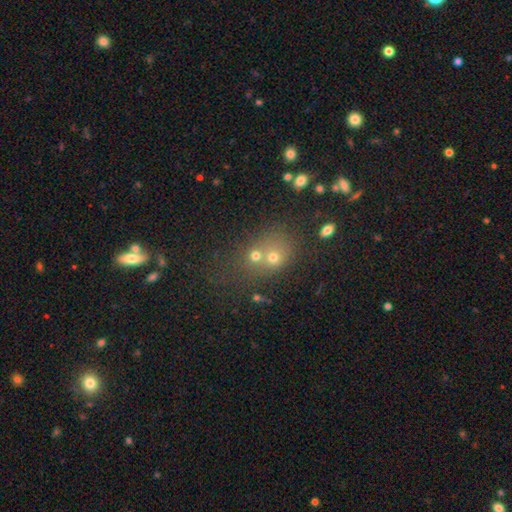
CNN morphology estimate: Smooth or featured? Predicted: smooth (p=0.61). How rounded? Predicted: round (p=0.71). Merging? Predicted: merger (p=0.51).